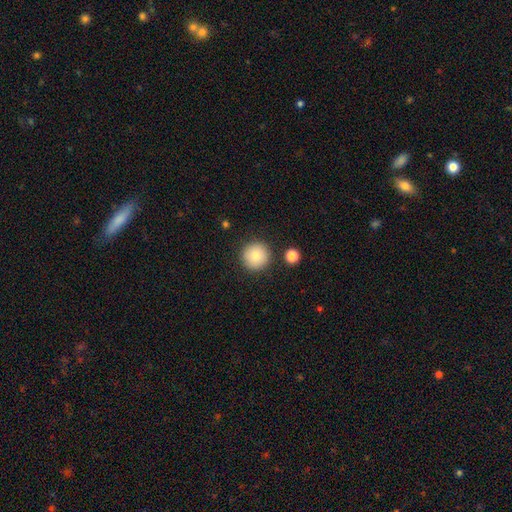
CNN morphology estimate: smooth 82%, star or artifact 9%, featured or disk 9%. Down the decision tree: how rounded — round (96%); merging — none (88%).